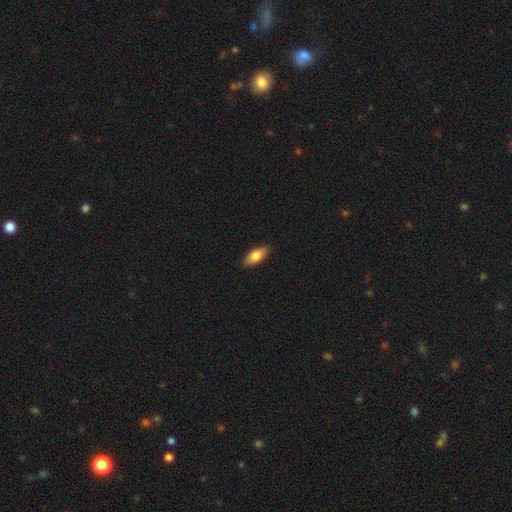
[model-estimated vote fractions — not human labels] Overall: smooth (76%). How rounded: in between (82%). Merging: none (89%).